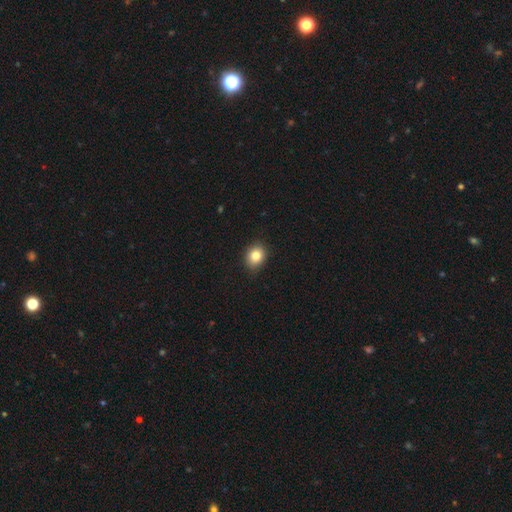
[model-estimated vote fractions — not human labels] Smooth or featured? smooth (83%)
How rounded? round (57%)
Merging? none (87%)